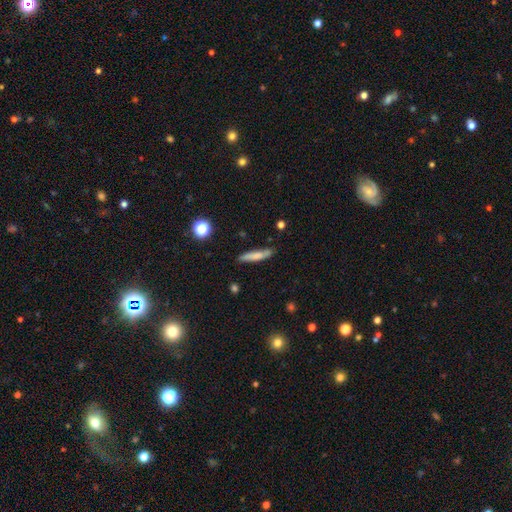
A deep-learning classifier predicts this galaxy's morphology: A smooth galaxy with no disk features (71%) that is cigar-shaped (88%).

Vote fractions:
- Smooth or featured? smooth: 71% / featured or disk: 22% / star or artifact: 7%
- How rounded? cigar-shaped: 88% / in between: 10% / round: 2%
- Merging? none: 80% / minor disturbance: 14% / major disturbance: 3% / merger: 3%